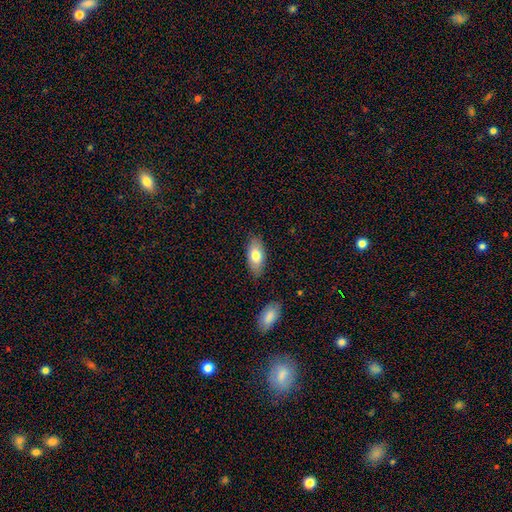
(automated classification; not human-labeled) Smooth or featured?
  - smooth: 75% *
  - featured or disk: 18%
  - star or artifact: 6%
How rounded?
  - in between: 89% *
  - cigar-shaped: 8%
  - round: 3%
Merging?
  - none: 84% *
  - minor disturbance: 12%
  - major disturbance: 2%
  - merger: 2%